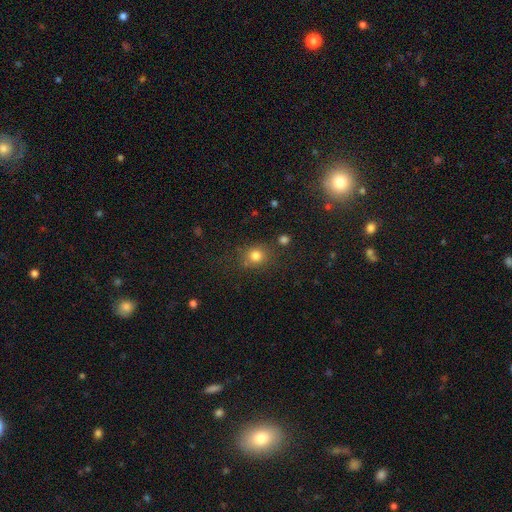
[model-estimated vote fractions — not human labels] Q: Smooth or featured?
A: smooth (80%); runner-up: star or artifact (14%)
Q: How rounded?
A: round (80%); runner-up: in between (19%)
Q: Merging?
A: none (75%); runner-up: minor disturbance (13%)